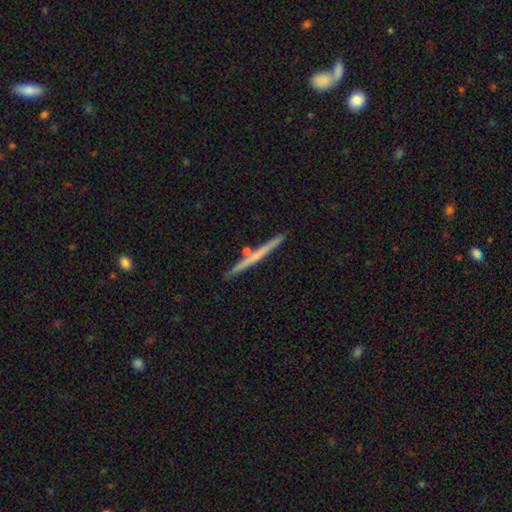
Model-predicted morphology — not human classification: Smooth or featured? featured or disk (52%)
Edge-on disk? yes (97%)
Edge-on bulge? none (81%)
Merging? none (88%)